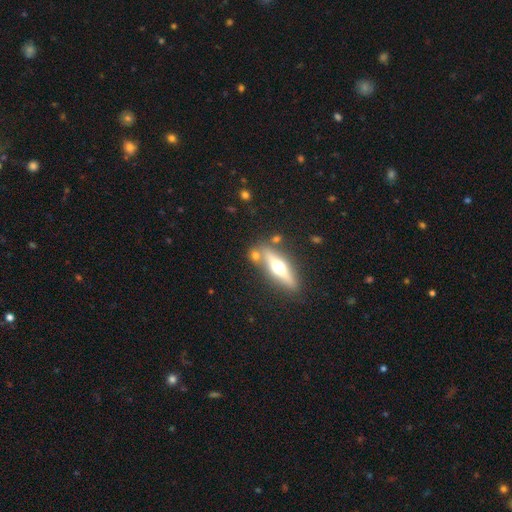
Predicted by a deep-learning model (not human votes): The model was most divided on "smooth or featured": featured or disk: 55%, smooth: 36%, star or artifact: 8%. More confident: edge-on disk — yes (89%); merging — none (76%).